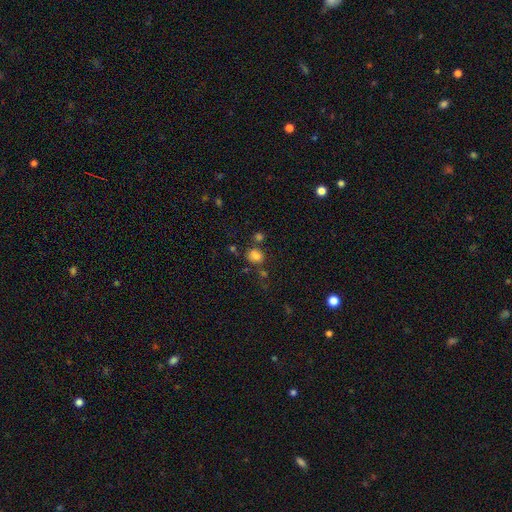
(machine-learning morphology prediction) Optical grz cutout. It shows a smooth galaxy with no disk features (77%) that is round (72%). Merging: none (69%).